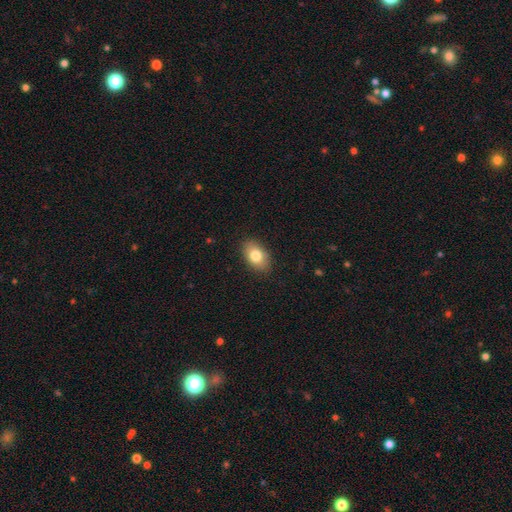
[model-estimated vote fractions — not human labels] smooth 79%, featured or disk 13%, star or artifact 8%. Down the decision tree: how rounded — in between (87%); merging — none (86%).